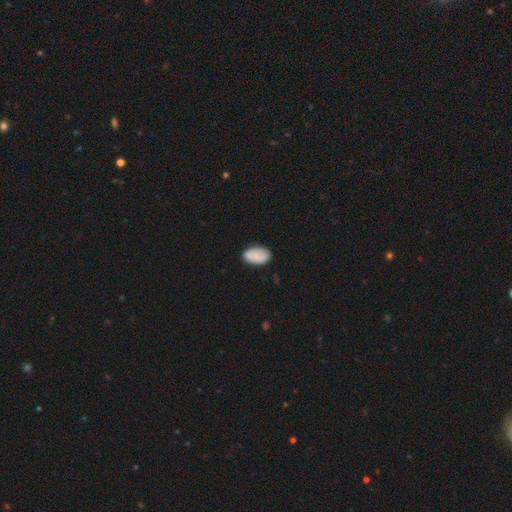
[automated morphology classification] Smooth or featured? Predicted: smooth (p=0.84). How rounded? Predicted: in between (p=0.93). Merging? Predicted: none (p=0.79).